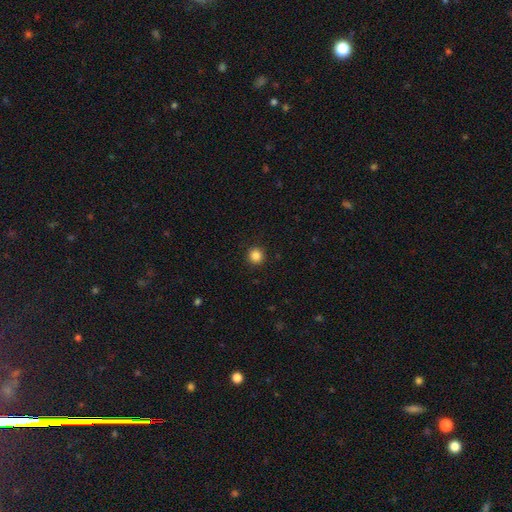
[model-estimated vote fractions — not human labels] smooth-or-featured: smooth: 85% | star or artifact: 11% | featured or disk: 3%
  how-rounded: round: 95% | in between: 4% | cigar-shaped: 1%
  merging: none: 93% | minor disturbance: 5% | major disturbance: 2% | merger: 1%